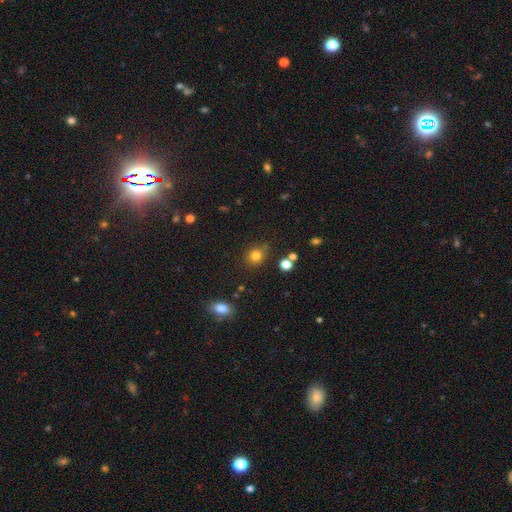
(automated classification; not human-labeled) The model was most divided on "how rounded": round: 73%, in between: 25%, cigar-shaped: 1%. More confident: smooth or featured — smooth (79%); merging — none (73%).